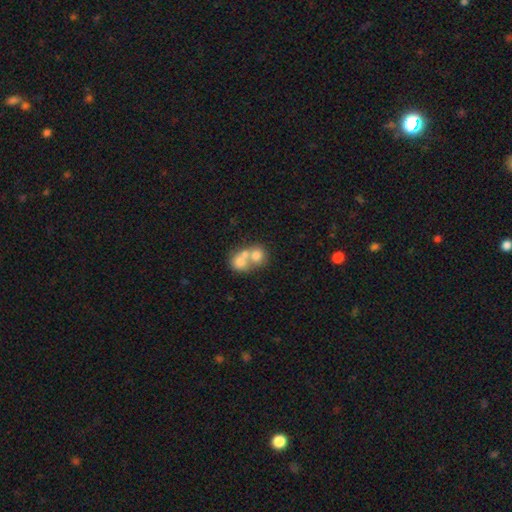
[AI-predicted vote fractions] Smooth or featured? Predicted: smooth (p=0.67). How rounded? Predicted: round (p=0.70). Merging? Predicted: merger (p=0.68).